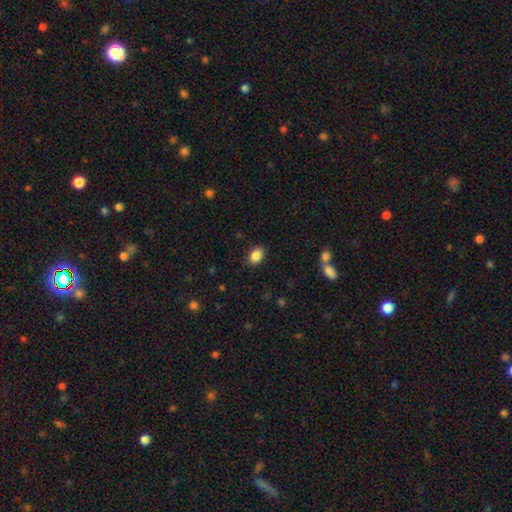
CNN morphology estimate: A smooth galaxy with no disk features (87%) that is in between round and cigar-shaped (73%).

Vote fractions:
- Smooth or featured? smooth: 87% / star or artifact: 9% / featured or disk: 4%
- How rounded? in between: 73% / round: 26% / cigar-shaped: 1%
- Merging? none: 88% / minor disturbance: 8% / major disturbance: 2% / merger: 1%